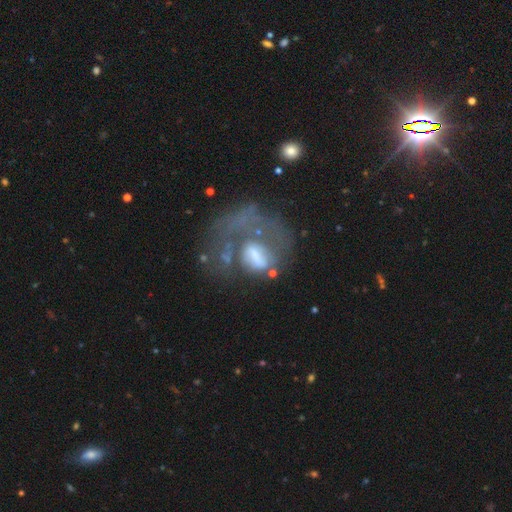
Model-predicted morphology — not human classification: Smooth or featured?
  - featured or disk: 59% *
  - smooth: 29%
  - star or artifact: 12%
Edge-on disk?
  - no: 96% *
  - yes: 4%
Bar?
  - no: 43% *
  - weak: 33%
  - strong: 23%
Spiral arms?
  - no: 57% *
  - yes: 43%
Bulge size?
  - moderate: 31% *
  - none: 27%
  - small: 21%
  - large: 17%
  - dominant: 5%
Merging?
  - major disturbance: 57% *
  - none: 19%
  - merger: 12%
  - minor disturbance: 12%